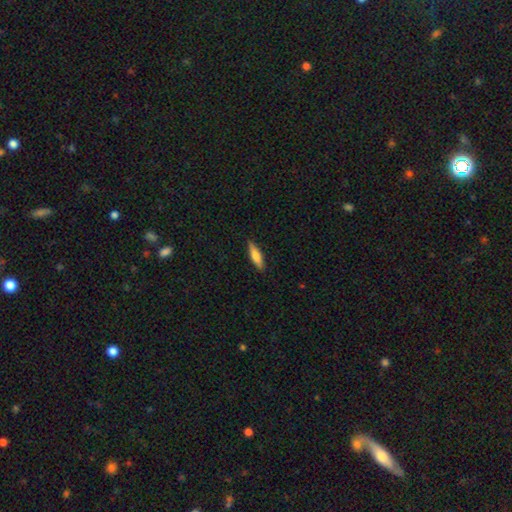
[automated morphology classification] smooth_or_featured: smooth (p=0.72) [alt: featured or disk p=0.22]
how_rounded: cigar-shaped (p=0.64) [alt: in between p=0.34]
merging: none (p=0.86) [alt: minor disturbance p=0.11]